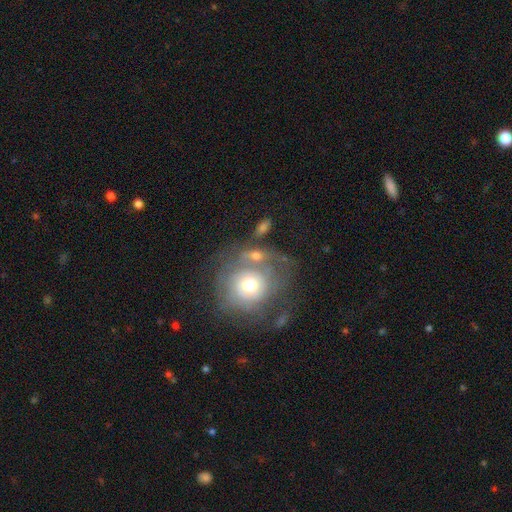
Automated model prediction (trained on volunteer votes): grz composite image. It shows a featured or disk galaxy (46%). Merging: none (37%).